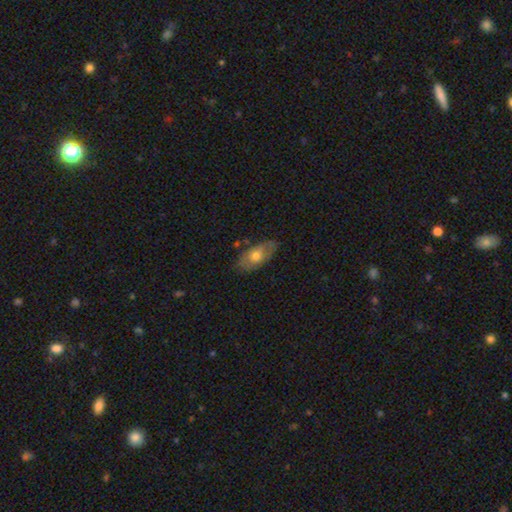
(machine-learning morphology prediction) A smooth galaxy with no disk features (57%) that is in between round and cigar-shaped (88%).

Vote fractions:
- Smooth or featured? smooth: 57% / featured or disk: 37% / star or artifact: 6%
- How rounded? in between: 88% / cigar-shaped: 6% / round: 6%
- Merging? none: 75% / minor disturbance: 19% / major disturbance: 4% / merger: 2%